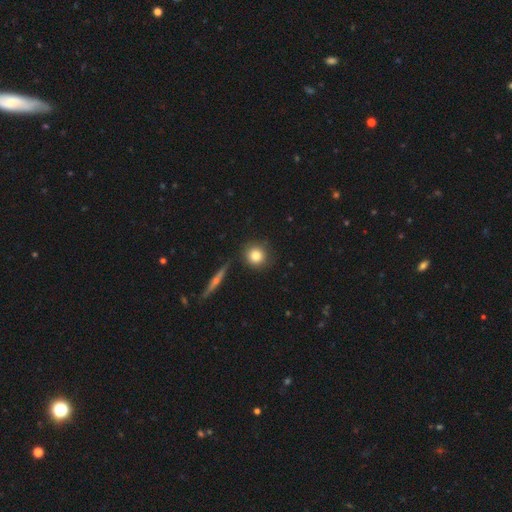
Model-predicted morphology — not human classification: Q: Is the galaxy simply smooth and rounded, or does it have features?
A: smooth — 81%.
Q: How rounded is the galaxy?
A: round — 91%.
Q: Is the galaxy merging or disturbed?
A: none — 83%.